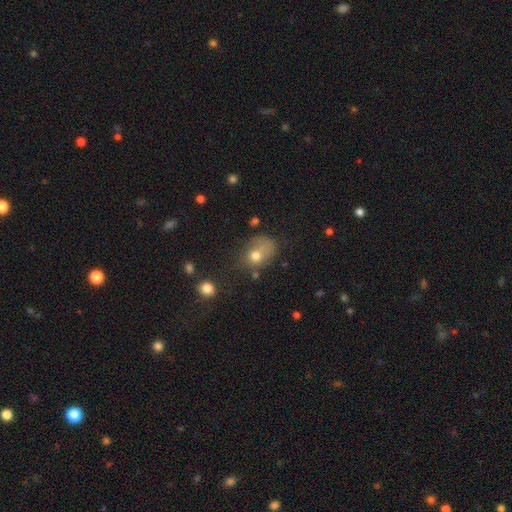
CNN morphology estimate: This is likely a smooth galaxy (70%). How rounded: possibly in between (53%). Merging: marginally major disturbance (32%).